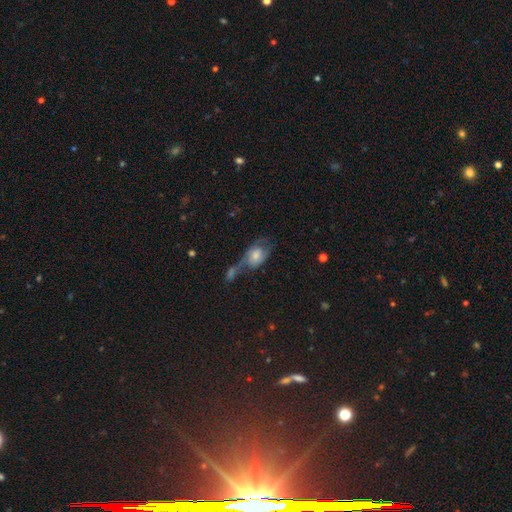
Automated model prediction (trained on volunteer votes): Smooth or featured? smooth (54%)
How rounded? in between (82%)
Merging? merger (41%)